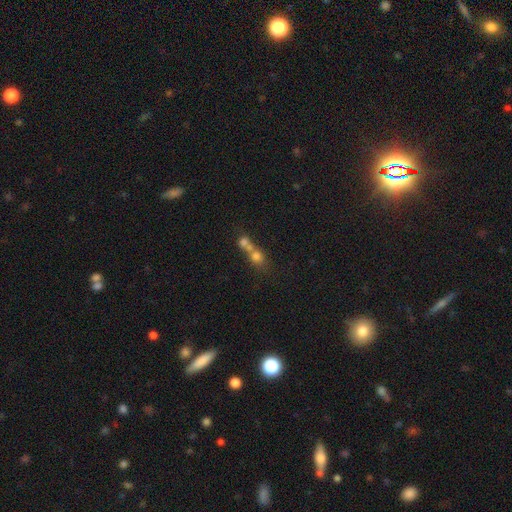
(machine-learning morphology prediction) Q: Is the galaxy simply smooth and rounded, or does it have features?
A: smooth — 64%.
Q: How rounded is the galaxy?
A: round — 69%.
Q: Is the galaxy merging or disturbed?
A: merger — 67%.